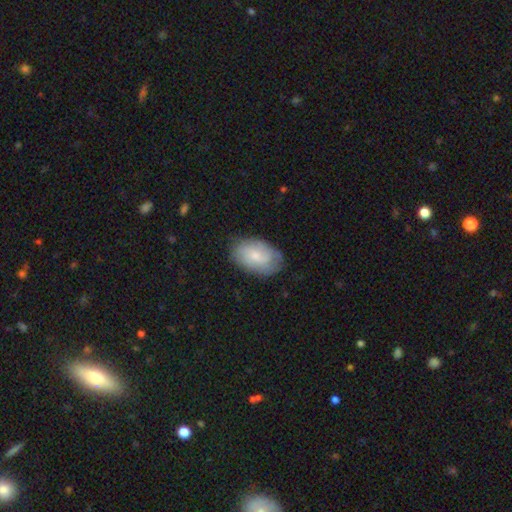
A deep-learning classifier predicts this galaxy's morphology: Smooth or featured: smooth — 64% (featured or disk — 29%)
How rounded: in between — 91% (round — 8%)
Merging: none — 75% (minor disturbance — 19%)